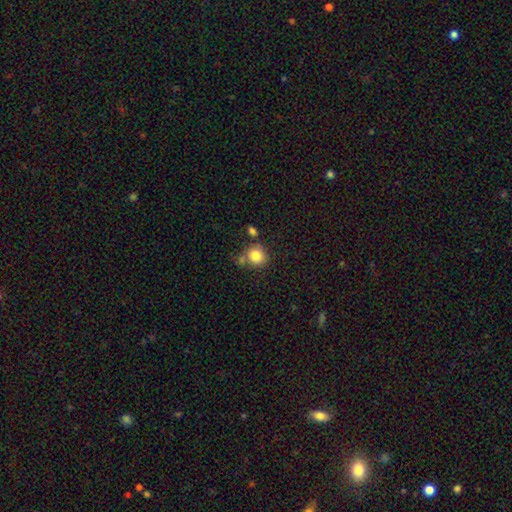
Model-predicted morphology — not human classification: Smooth or featured?
  - smooth: 83% *
  - star or artifact: 10%
  - featured or disk: 7%
How rounded?
  - round: 83% *
  - in between: 16%
  - cigar-shaped: 1%
Merging?
  - none: 63% *
  - merger: 17%
  - minor disturbance: 15%
  - major disturbance: 5%